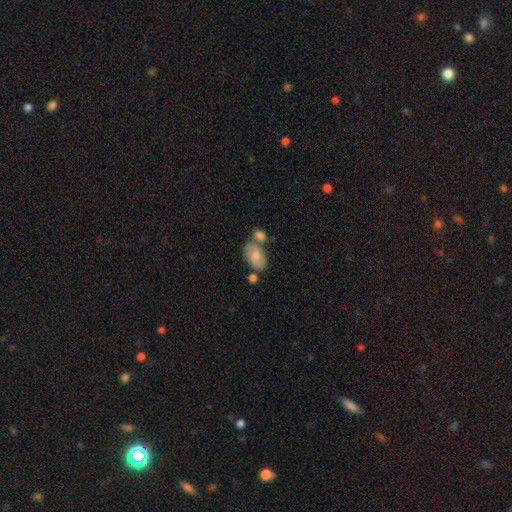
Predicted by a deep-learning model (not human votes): smooth_or_featured: smooth (p=0.74) [alt: featured or disk p=0.20]
how_rounded: in between (p=0.91) [alt: round p=0.07]
merging: none (p=0.49) [alt: merger p=0.28]